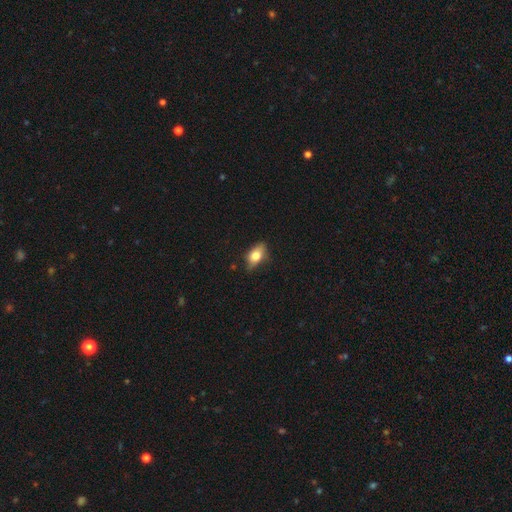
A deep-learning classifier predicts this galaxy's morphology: Smooth or featured? smooth (72%)
How rounded? in between (84%)
Merging? none (70%)